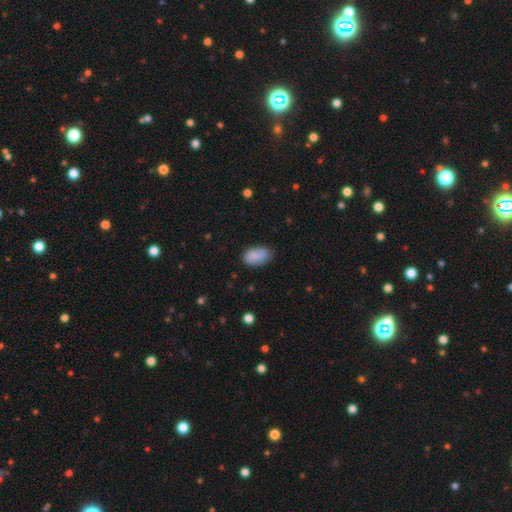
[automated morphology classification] Smooth or featured? smooth (85%)
How rounded? in between (92%)
Merging? none (72%)